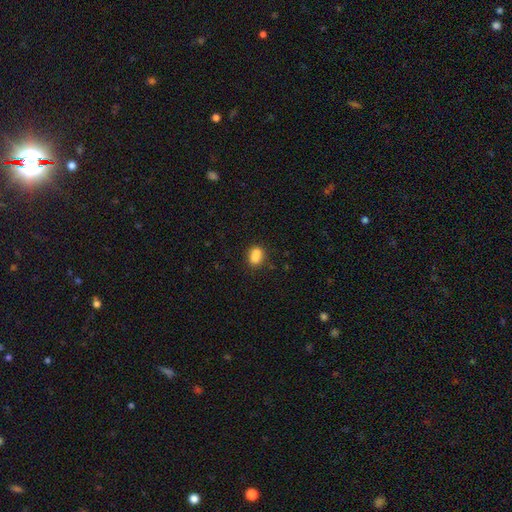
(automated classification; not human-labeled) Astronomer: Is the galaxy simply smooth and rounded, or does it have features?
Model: smooth — 77%.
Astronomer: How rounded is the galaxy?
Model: in between — 53% (runner-up: round, 45%).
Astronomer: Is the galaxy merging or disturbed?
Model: none — 43% (runner-up: merger, 39%).